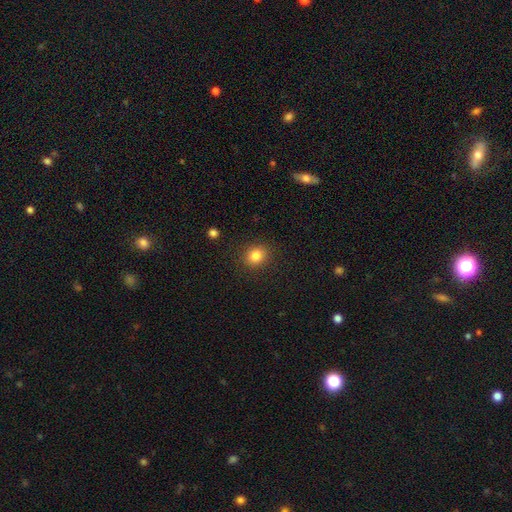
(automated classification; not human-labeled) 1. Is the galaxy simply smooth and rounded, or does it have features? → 83% smooth, 11% star or artifact, 6% featured or disk.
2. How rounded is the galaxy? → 68% round, 31% in between, 1% cigar-shaped.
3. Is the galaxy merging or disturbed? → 89% none, 8% minor disturbance, 3% major disturbance, 1% merger.